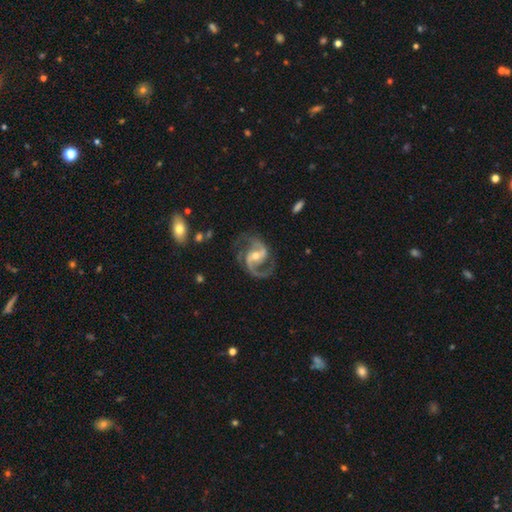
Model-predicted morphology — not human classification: A featured or disk galaxy (93%) with a weak bar (43%), 2 (92%) medium (61%) spiral arms (98%) and a moderate central bulge (54%).

Vote fractions:
- Smooth or featured? featured or disk: 93% / star or artifact: 4% / smooth: 3%
- Edge-on disk? no: 98% / yes: 2%
- Bar? weak: 43% / no: 30% / strong: 28%
- Spiral arms? yes: 98% / no: 2%
- Spiral winding? medium: 61% / loose: 27% / tight: 12%
- Spiral arm count? 2: 92% / 1: 2% / 3: 2% / can't tell: 2% / 4: 1% / more than 4: 1%
- Bulge size? moderate: 54% / small: 42% / large: 2% / none: 1% / dominant: 1%
- Merging? none: 76% / minor disturbance: 15% / major disturbance: 8% / merger: 2%